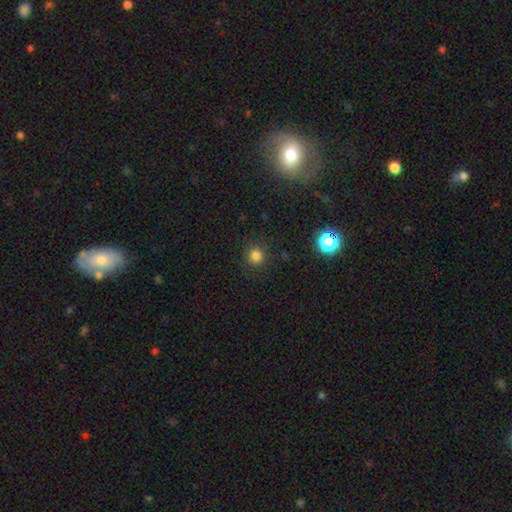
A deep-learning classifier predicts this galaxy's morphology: Smooth or featured: smooth — 81% (star or artifact — 15%)
How rounded: round — 92% (in between — 7%)
Merging: none — 88% (minor disturbance — 8%)